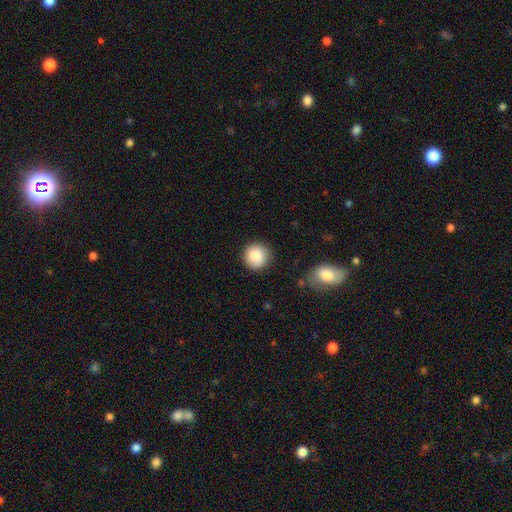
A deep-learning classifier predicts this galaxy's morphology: smooth_or_featured: smooth (p=0.87) [alt: star or artifact p=0.08]
how_rounded: round (p=0.95) [alt: in between p=0.04]
merging: none (p=0.88) [alt: minor disturbance p=0.08]